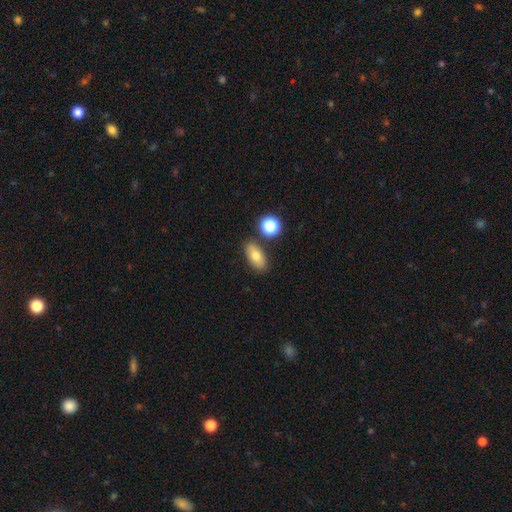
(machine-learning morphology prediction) smooth_or_featured: smooth (p=0.74) [alt: featured or disk p=0.16]
how_rounded: in between (p=0.85) [alt: round p=0.09]
merging: none (p=0.81) [alt: minor disturbance p=0.10]